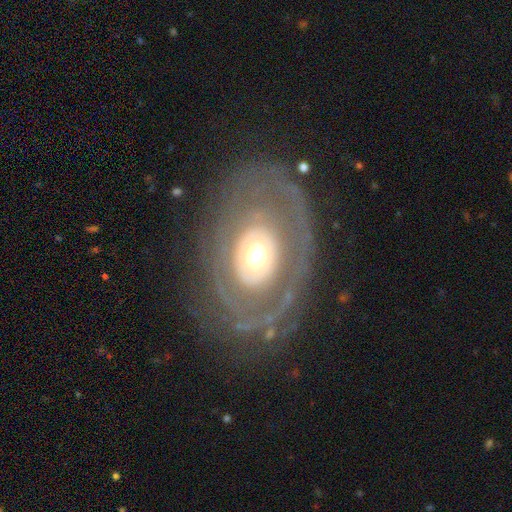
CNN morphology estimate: smooth-or-featured: featured or disk: 72% | smooth: 22% | star or artifact: 6%
  disk-edge-on: no: 94% | yes: 6%
    bar: no: 87% | weak: 8% | strong: 4%
    has-spiral-arms: no: 59% | yes: 41%
    bulge-size: moderate: 55% | large: 31% | small: 8% | dominant: 5% | none: 1%
  merging: none: 72% | minor disturbance: 13% | major disturbance: 13% | merger: 2%